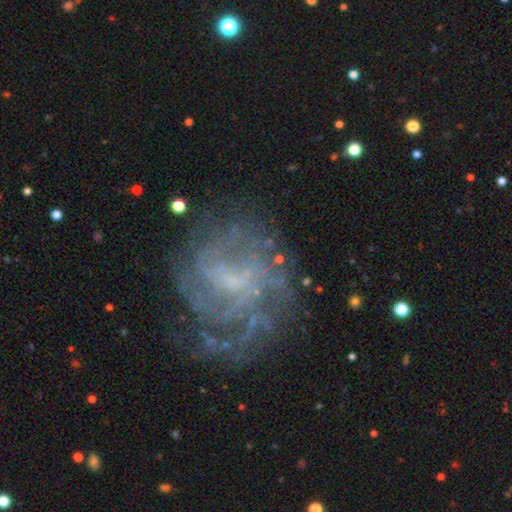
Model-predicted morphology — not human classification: Overall: featured or disk (76%). Edge-on disk: no (98%). Bar: no (53%; weak 40%). Spiral arms: yes (79%). Spiral arm count: can't tell (48%; 4 13%). Spiral winding: tight (45%; medium 35%). Bulge size: small (43%; none 37%). Merging: none (65%).